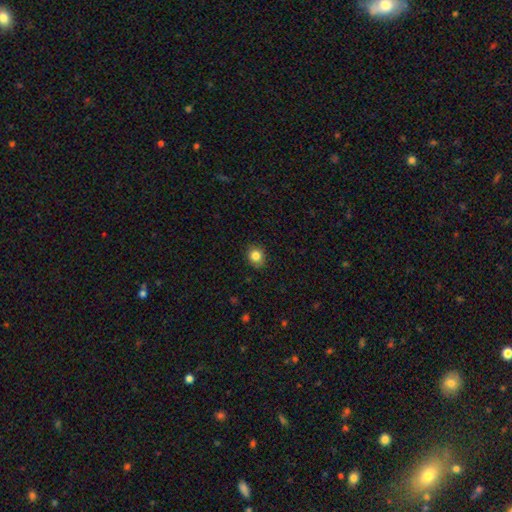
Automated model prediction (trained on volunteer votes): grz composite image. It shows a smooth galaxy with no disk features (83%) that is round (68%). Merging: none (85%).